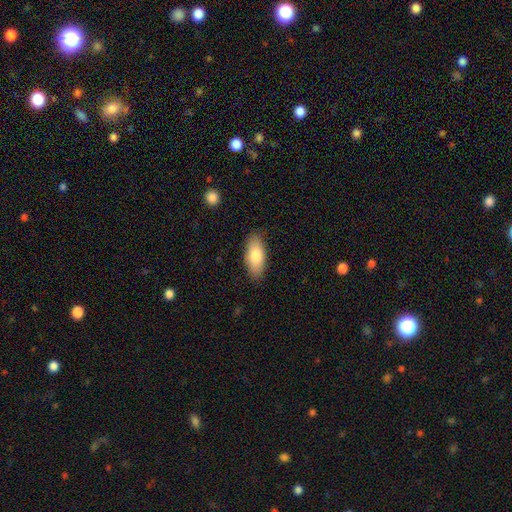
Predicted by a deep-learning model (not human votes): smooth_or_featured: smooth (p=0.80) [alt: featured or disk p=0.14]
how_rounded: in between (p=0.87) [alt: cigar-shaped p=0.11]
merging: none (p=0.86) [alt: minor disturbance p=0.11]